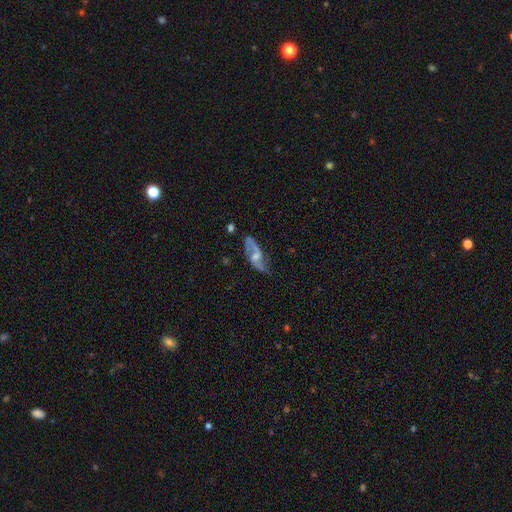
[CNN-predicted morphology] featured or disk 82%, smooth 11%, star or artifact 7%. Down the decision tree: edge-on disk — no (90%); bar — weak (44%); spiral arms — yes (93%); spiral arm count — 2 (89%); spiral winding — loose (60%); bulge size — moderate (47%); merging — none (69%).